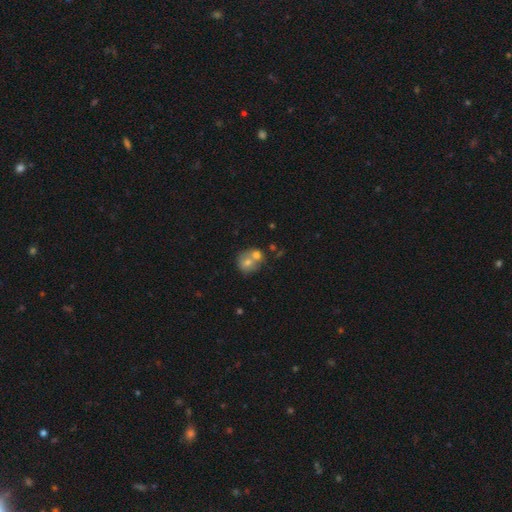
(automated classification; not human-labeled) The model was most divided on "merging": merger: 63%, none: 27%, minor disturbance: 7%, major disturbance: 3%. More confident: how rounded — round (73%); smooth or featured — smooth (67%).